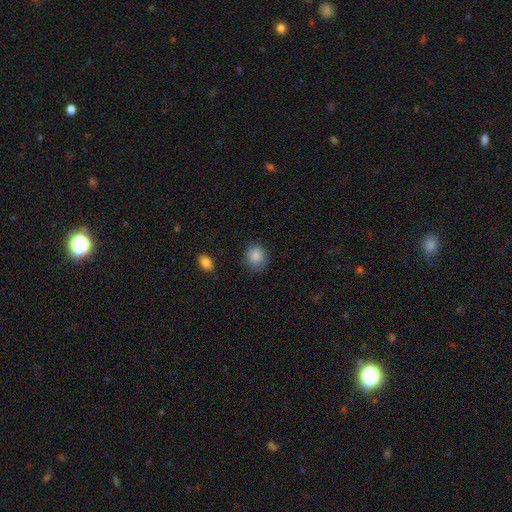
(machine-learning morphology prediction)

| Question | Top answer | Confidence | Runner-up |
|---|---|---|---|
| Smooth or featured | smooth | 87% | star or artifact (8%) |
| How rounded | round | 71% | in between (28%) |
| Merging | none | 80% | minor disturbance (15%) |